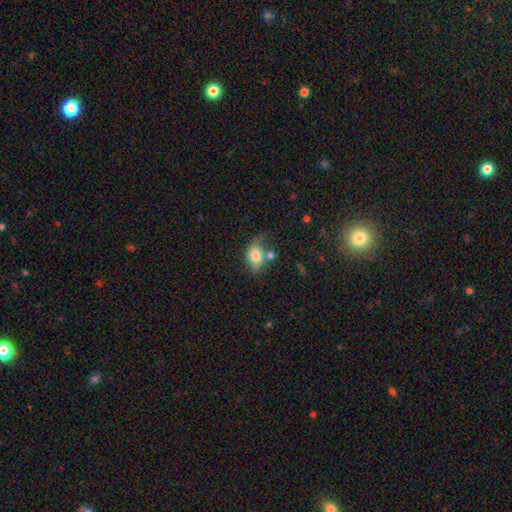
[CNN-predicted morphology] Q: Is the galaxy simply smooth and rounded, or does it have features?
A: smooth — 73%.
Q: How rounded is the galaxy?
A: in between — 82%.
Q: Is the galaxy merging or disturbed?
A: none — 37%.